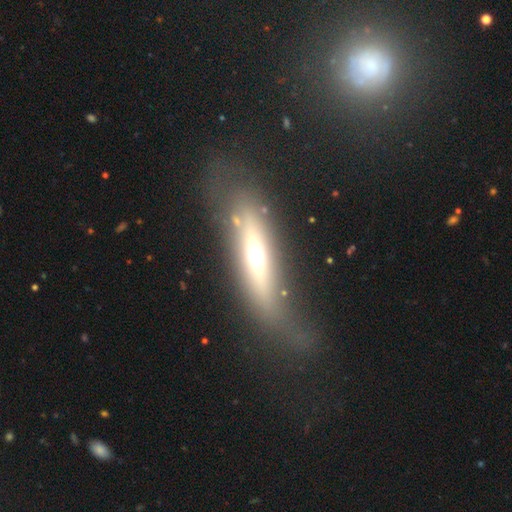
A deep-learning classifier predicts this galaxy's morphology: featured or disk 59%, smooth 33%, star or artifact 9%. Down the decision tree: edge-on disk — yes (65%); merging — none (48%).